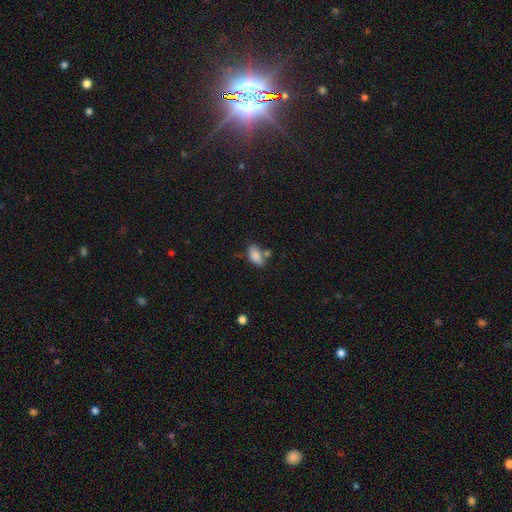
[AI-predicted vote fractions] smooth_or_featured: smooth (p=0.83) [alt: star or artifact p=0.09]
how_rounded: in between (p=0.91) [alt: round p=0.05]
merging: none (p=0.49) [alt: merger p=0.24]